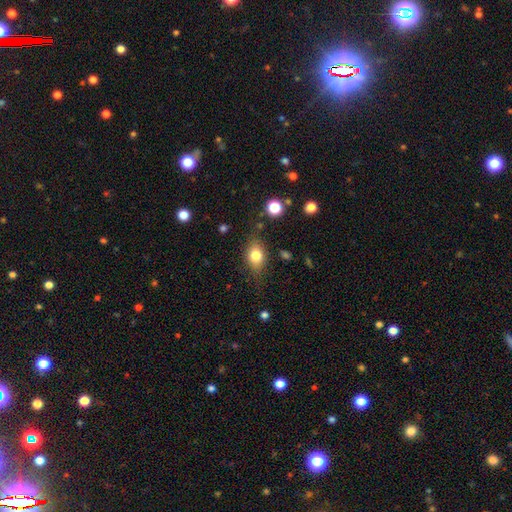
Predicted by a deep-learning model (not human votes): Morphology: type=smooth (77%); roundness=in between (69%); merging=none (73%).